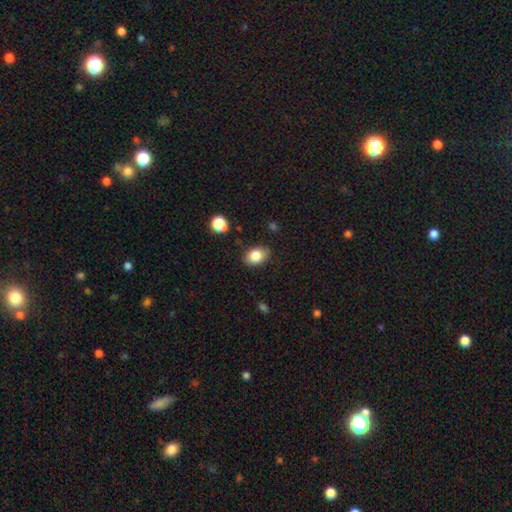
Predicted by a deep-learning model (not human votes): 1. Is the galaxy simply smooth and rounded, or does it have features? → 83% smooth, 9% star or artifact, 8% featured or disk.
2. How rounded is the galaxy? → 74% in between, 24% round, 1% cigar-shaped.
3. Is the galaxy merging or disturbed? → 81% none, 14% minor disturbance, 3% major disturbance, 2% merger.